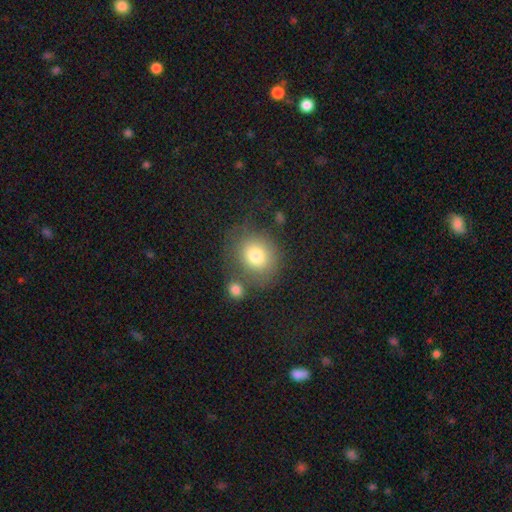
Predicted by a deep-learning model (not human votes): Smooth or featured? smooth (77%)
How rounded? round (74%)
Merging? none (59%)